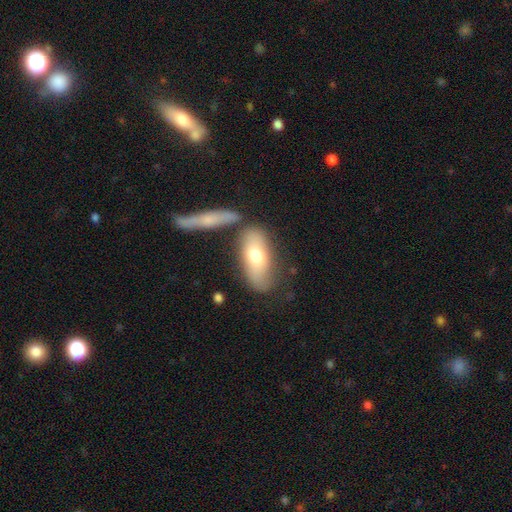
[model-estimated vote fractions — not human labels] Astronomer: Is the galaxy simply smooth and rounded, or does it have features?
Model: smooth — 64%.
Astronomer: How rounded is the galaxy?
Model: in between — 80%.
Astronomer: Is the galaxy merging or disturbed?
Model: none — 60%.